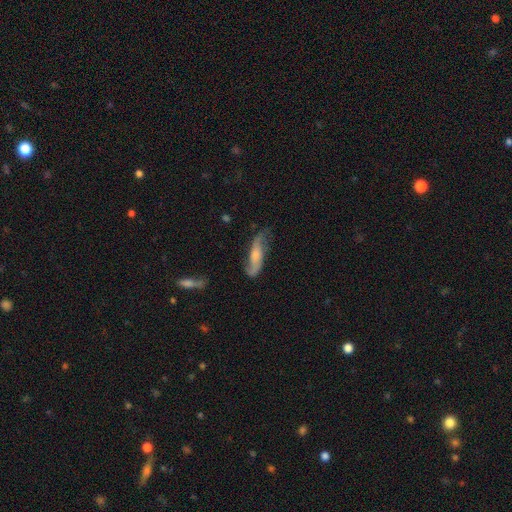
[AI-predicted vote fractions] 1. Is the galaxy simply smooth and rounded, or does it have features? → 65% featured or disk, 29% smooth, 6% star or artifact.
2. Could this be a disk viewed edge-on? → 78% no, 22% yes.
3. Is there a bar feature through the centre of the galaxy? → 54% no, 33% weak, 13% strong.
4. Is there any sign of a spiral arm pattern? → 92% yes, 8% no.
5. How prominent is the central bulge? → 35% moderate, 32% small, 20% none, 11% large, 2% dominant.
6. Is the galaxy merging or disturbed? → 62% none, 24% minor disturbance, 11% major disturbance, 3% merger.